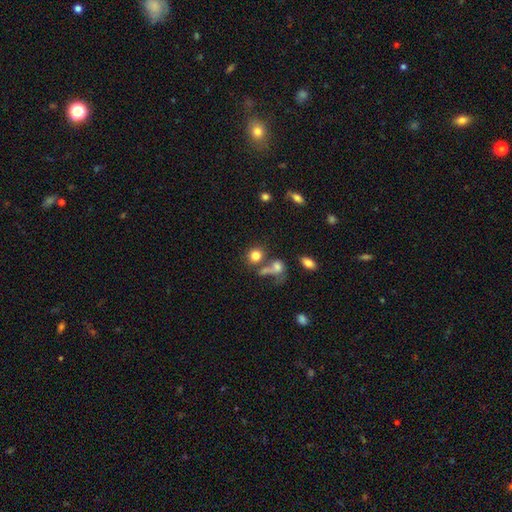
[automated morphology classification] The model was most divided on "merging": none: 55%, merger: 26%, minor disturbance: 11%, major disturbance: 9%. More confident: smooth or featured — smooth (79%); how rounded — round (77%).